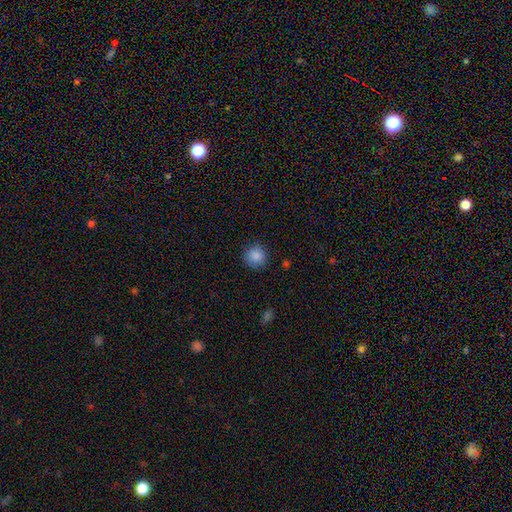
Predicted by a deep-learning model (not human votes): Smooth or featured? Predicted: smooth (p=0.87). How rounded? Predicted: round (p=0.92). Merging? Predicted: none (p=0.87).